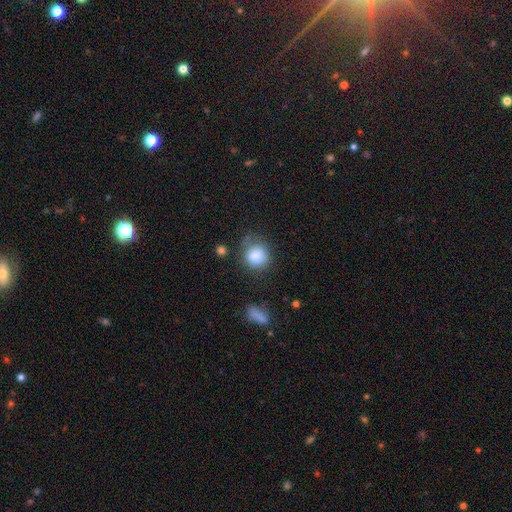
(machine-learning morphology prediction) This is clearly a smooth galaxy (83%). How rounded: likely round (73%). Merging: likely none (67%).